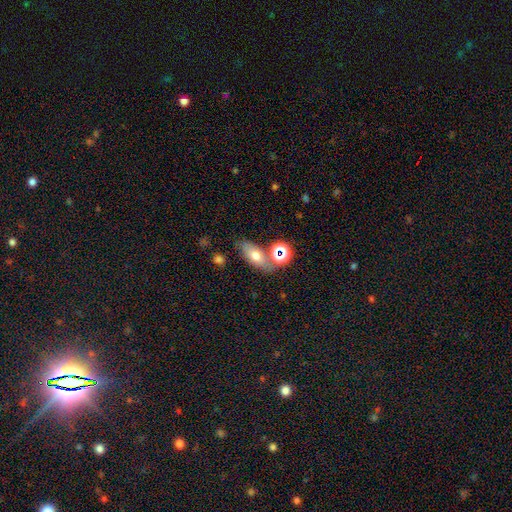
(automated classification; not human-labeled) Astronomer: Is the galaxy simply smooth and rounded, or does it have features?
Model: smooth — 65%.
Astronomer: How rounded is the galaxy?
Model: in between — 77%.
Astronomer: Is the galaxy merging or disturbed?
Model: none — 65%.